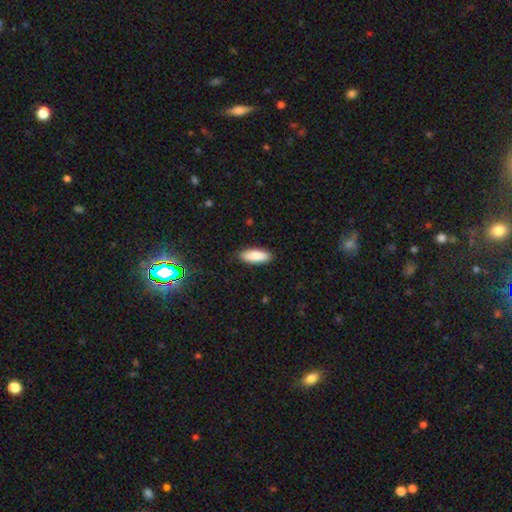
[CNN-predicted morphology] Smooth or featured? smooth (85%)
How rounded? in between (72%)
Merging? none (87%)